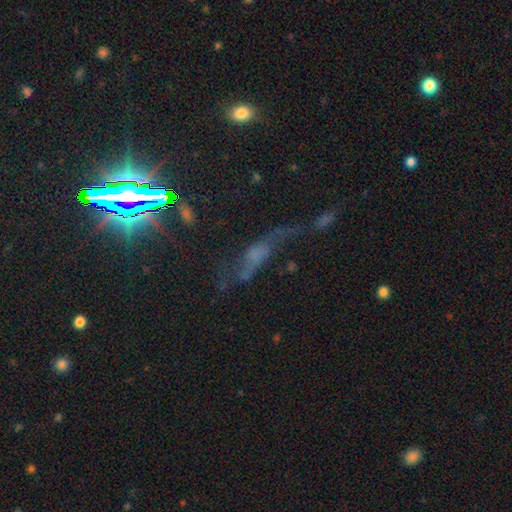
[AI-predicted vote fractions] The model was most divided on "merging": none: 40%, major disturbance: 33%, minor disturbance: 20%, merger: 7%. Remaining: smooth or featured — featured or disk (45%).